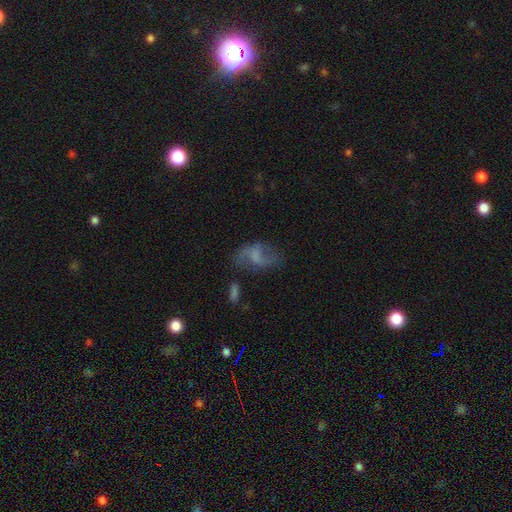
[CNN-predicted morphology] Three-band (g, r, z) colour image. It shows a featured or disk galaxy (63%) with no bar (46%), spiral arms (81%) and no central bulge (52%). Merging: none (54%).